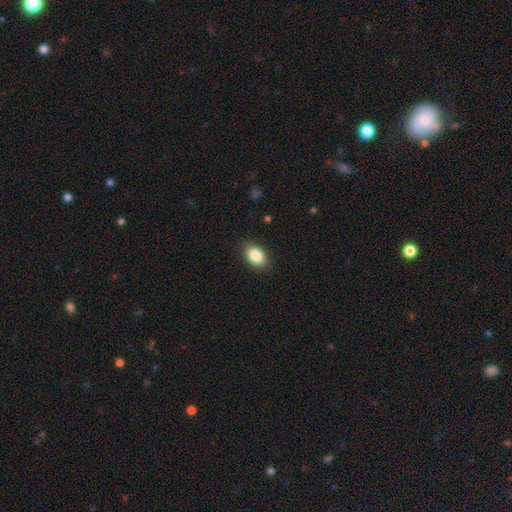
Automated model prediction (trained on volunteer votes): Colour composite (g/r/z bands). It shows a smooth galaxy with no disk features (86%) that is in between round and cigar-shaped (84%). Merging: none (85%).